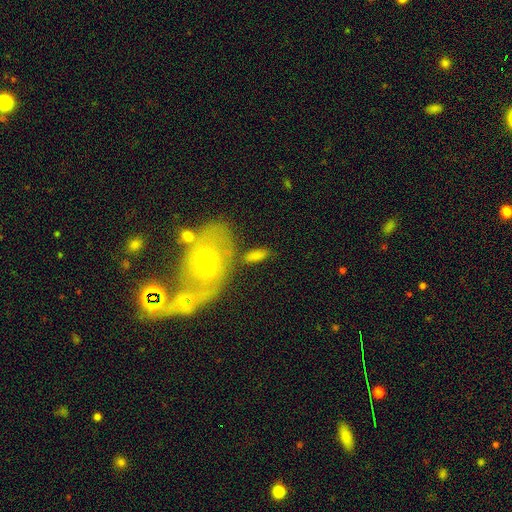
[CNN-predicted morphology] smooth-or-featured: smooth: 69% | featured or disk: 24% | star or artifact: 7%
  how-rounded: in between: 81% | cigar-shaped: 15% | round: 5%
  merging: none: 62% | minor disturbance: 17% | merger: 14% | major disturbance: 7%